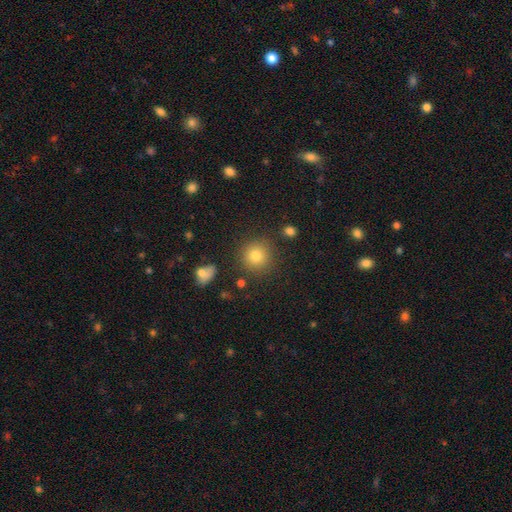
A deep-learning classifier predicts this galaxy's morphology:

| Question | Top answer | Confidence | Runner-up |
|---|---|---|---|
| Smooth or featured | smooth | 80% | star or artifact (13%) |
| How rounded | round | 92% | in between (7%) |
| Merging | none | 85% | minor disturbance (8%) |